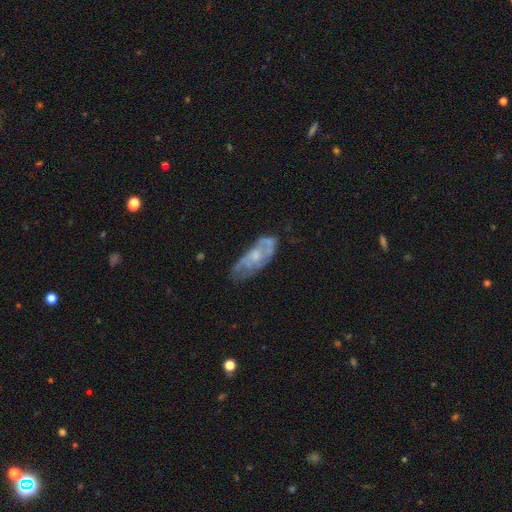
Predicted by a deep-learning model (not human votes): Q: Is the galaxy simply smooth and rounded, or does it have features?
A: featured or disk — 61%.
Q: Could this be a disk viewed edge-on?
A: no — 89%.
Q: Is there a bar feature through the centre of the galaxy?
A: no — 77%.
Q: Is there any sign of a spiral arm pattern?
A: yes — 52%.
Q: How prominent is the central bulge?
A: small — 40%.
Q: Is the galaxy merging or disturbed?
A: none — 50%.